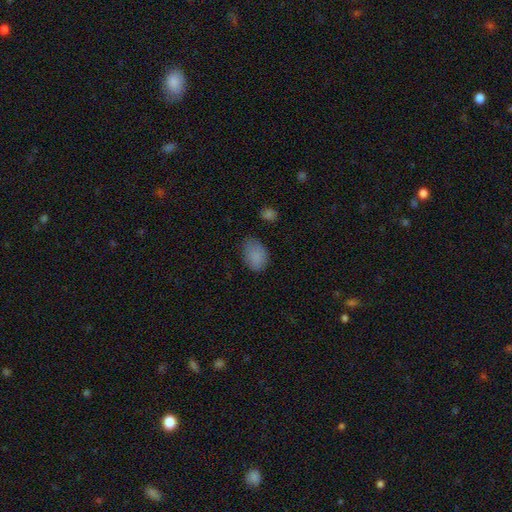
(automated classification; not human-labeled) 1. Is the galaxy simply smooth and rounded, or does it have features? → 86% smooth, 9% star or artifact, 5% featured or disk.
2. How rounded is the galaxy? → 83% in between, 16% round, 1% cigar-shaped.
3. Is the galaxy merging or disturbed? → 64% none, 27% minor disturbance, 7% major disturbance, 2% merger.